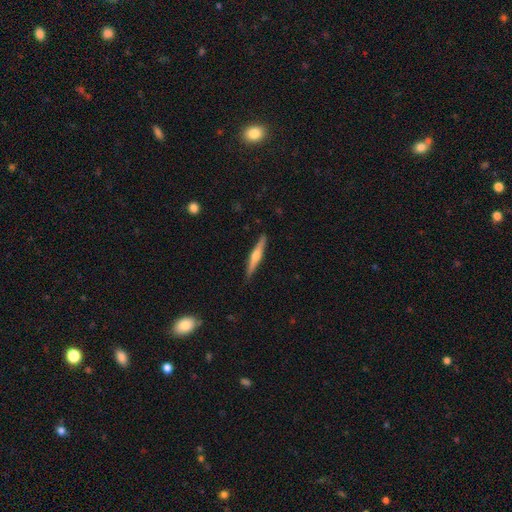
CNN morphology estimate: The model was most divided on "smooth or featured": featured or disk: 63%, smooth: 32%, star or artifact: 6%. More confident: edge-on disk — yes (98%); merging — none (89%); edge-on bulge — rounded (88%).